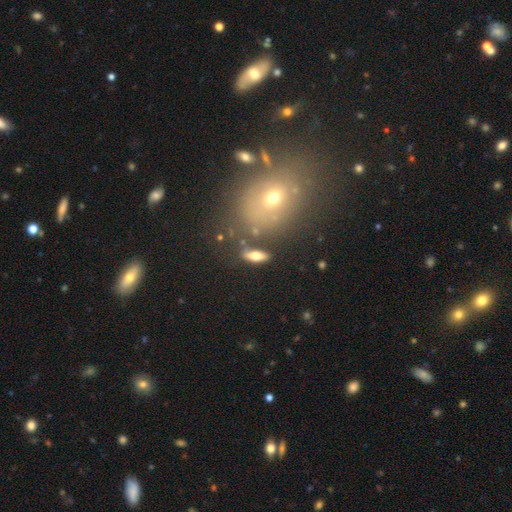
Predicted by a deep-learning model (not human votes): Morphology: type=smooth (58%); roundness=in between (63%); merging=none (74%).